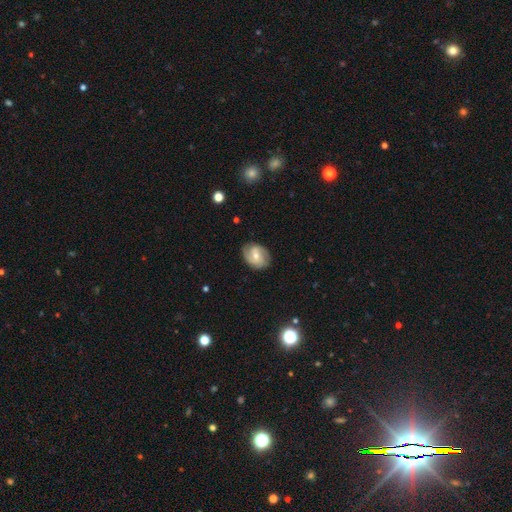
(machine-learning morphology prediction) Smooth or featured? featured or disk (67%)
Edge-on disk? no (96%)
Bar? weak (48%)
Spiral arms? yes (88%)
Spiral winding? medium (41%, tied with tight)
Spiral arm count? 2 (65%)
Bulge size? moderate (54%)
Merging? none (80%)